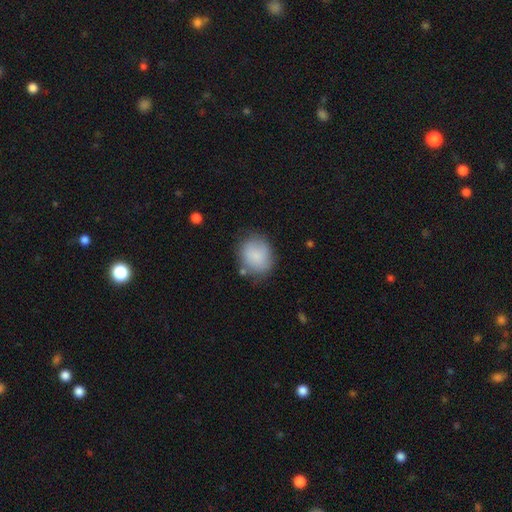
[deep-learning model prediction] Q: Smooth or featured?
A: smooth (83%); runner-up: featured or disk (10%)
Q: How rounded?
A: round (56%); runner-up: in between (43%)
Q: Merging?
A: none (68%); runner-up: minor disturbance (21%)